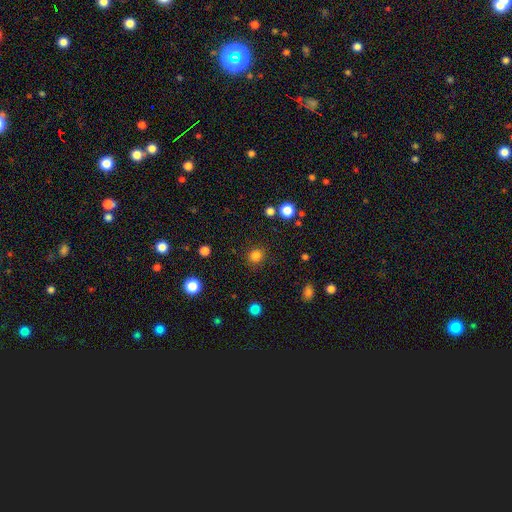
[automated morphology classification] Smooth or featured: smooth — 82% (star or artifact — 14%)
How rounded: round — 85% (in between — 14%)
Merging: none — 87% (minor disturbance — 8%)